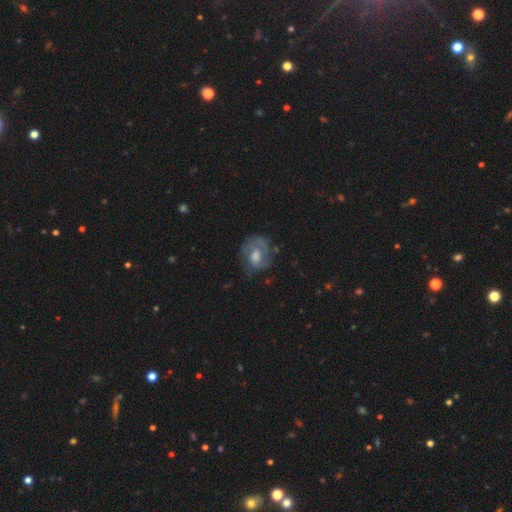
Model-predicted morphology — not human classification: Smooth or featured: featured or disk — 60% (smooth — 30%)
Edge-on disk: no — 97% (yes — 3%)
Bar: no — 63% (weak — 31%)
Spiral arms: yes — 73% (no — 27%)
Bulge size: moderate — 55% (large — 24%)
Merging: none — 60% (minor disturbance — 23%)